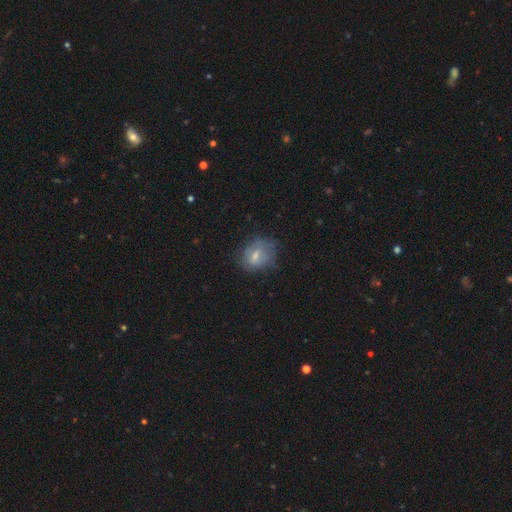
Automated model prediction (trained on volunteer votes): smooth-or-featured: smooth: 53% | featured or disk: 37% | star or artifact: 10%
  how-rounded: in between: 52% | round: 46% | cigar-shaped: 2%
  merging: none: 55% | minor disturbance: 27% | major disturbance: 15% | merger: 2%